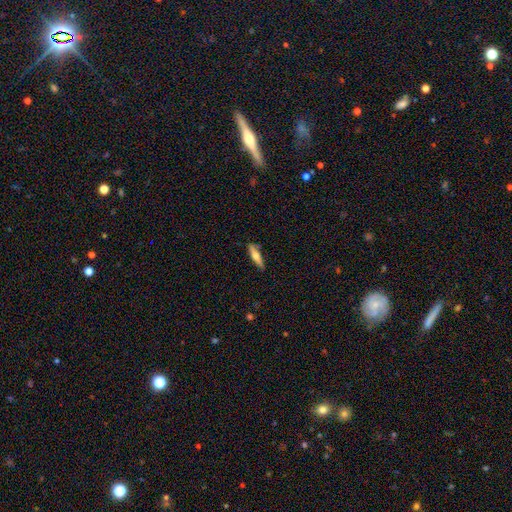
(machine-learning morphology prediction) Smooth or featured?
  - smooth: 54% *
  - featured or disk: 40%
  - star or artifact: 6%
How rounded?
  - cigar-shaped: 76% *
  - in between: 22%
  - round: 2%
Merging?
  - none: 80% *
  - minor disturbance: 15%
  - major disturbance: 3%
  - merger: 2%